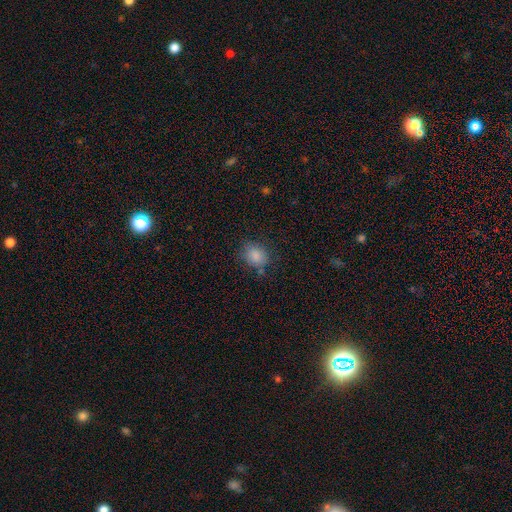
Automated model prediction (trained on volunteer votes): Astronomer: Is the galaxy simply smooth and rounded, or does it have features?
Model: smooth — 85%.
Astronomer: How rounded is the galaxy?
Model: round — 52% (runner-up: in between, 46%).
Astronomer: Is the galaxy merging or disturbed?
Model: none — 76%.